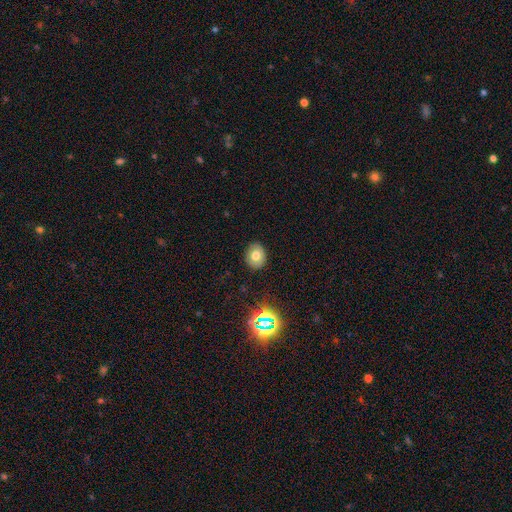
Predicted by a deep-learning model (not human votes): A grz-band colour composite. It shows a smooth galaxy with no disk features (69%) that is round (52%). Merging: none (87%).